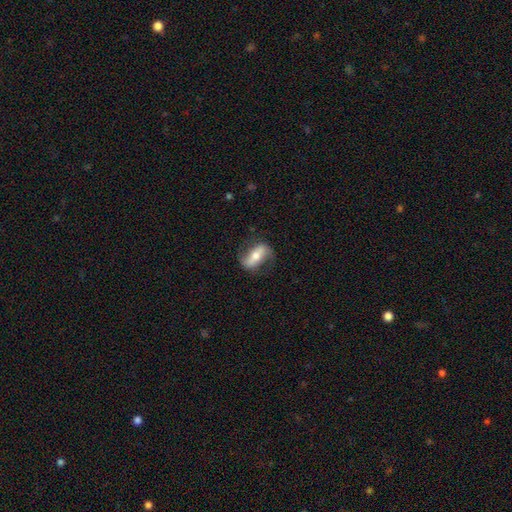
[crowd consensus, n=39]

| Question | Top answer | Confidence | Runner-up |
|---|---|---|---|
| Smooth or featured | featured or disk | 82% | smooth (13%) |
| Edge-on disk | no | 81% | yes (19%) |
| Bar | strong | 58% | no (31%) |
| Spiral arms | yes | 77% | no (23%) |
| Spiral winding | medium | 45% | loose (35%) |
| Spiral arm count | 2 | 90% | 1 (5%) |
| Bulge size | moderate | 62% | small (31%) |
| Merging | none | 73% | minor disturbance (22%) |